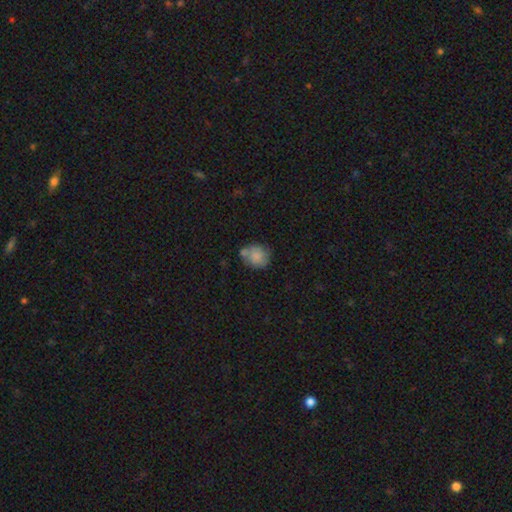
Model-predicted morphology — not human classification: smooth_or_featured: smooth (p=0.74) [alt: featured or disk p=0.17]
how_rounded: round (p=0.74) [alt: in between p=0.25]
merging: none (p=0.52) [alt: minor disturbance p=0.23]